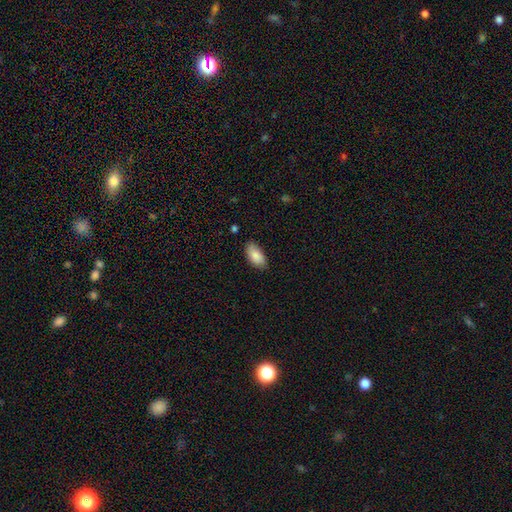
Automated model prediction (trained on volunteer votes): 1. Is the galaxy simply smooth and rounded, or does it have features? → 88% smooth, 6% star or artifact, 6% featured or disk.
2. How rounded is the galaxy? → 92% in between, 6% cigar-shaped, 2% round.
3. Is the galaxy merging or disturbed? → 80% none, 16% minor disturbance, 3% major disturbance, 1% merger.